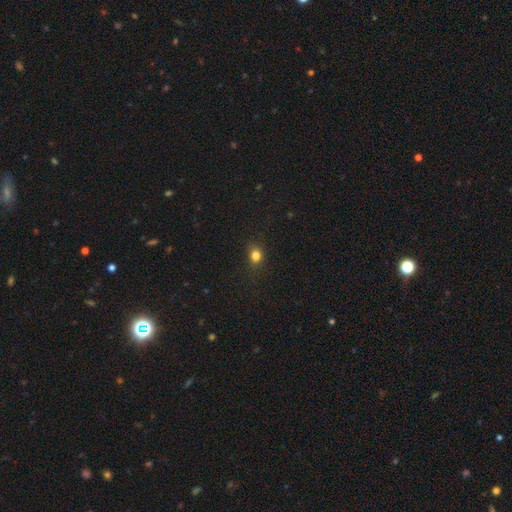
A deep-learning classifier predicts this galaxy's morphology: Smooth or featured? smooth (81%)
How rounded? round (62%)
Merging? none (81%)